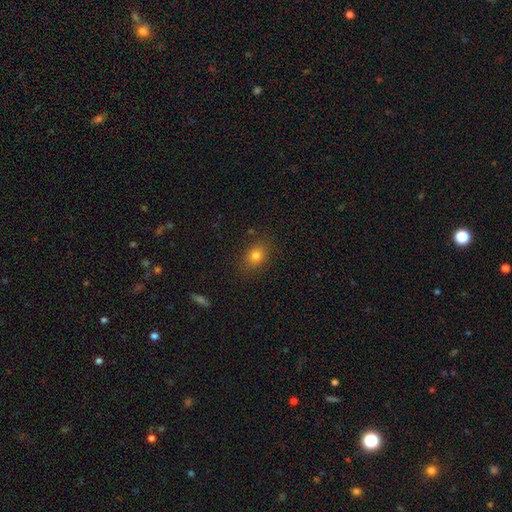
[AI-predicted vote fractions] This appears to be a smooth galaxy with no disk features (78%) that is in between round and cigar-shaped (56%). Merging: none (84%).